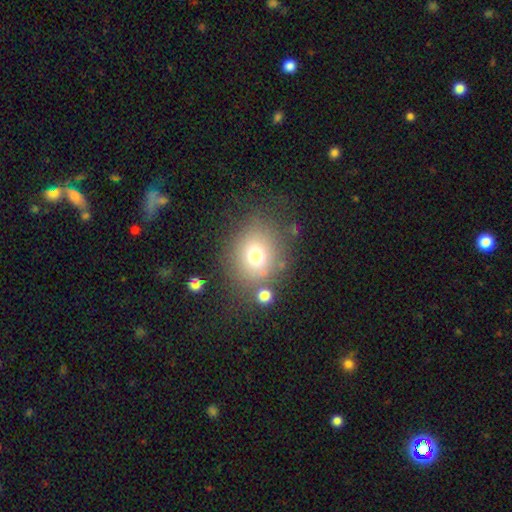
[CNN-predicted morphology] The model was most divided on "how rounded": round: 67%, in between: 32%, cigar-shaped: 1%. More confident: smooth or featured — smooth (72%); merging — none (71%).